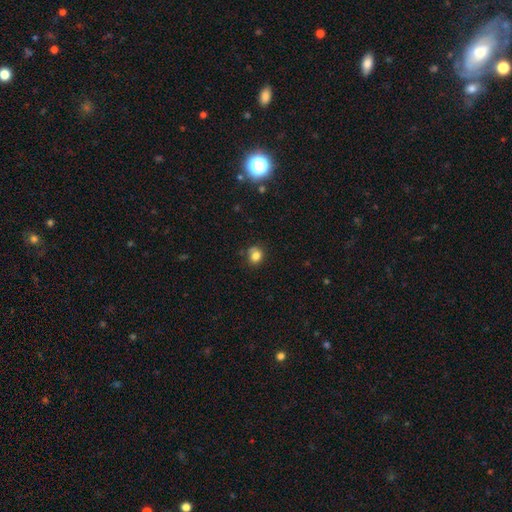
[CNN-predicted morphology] This is likely a smooth galaxy (79%). How rounded: likely round (67%). Merging: likely none (63%).